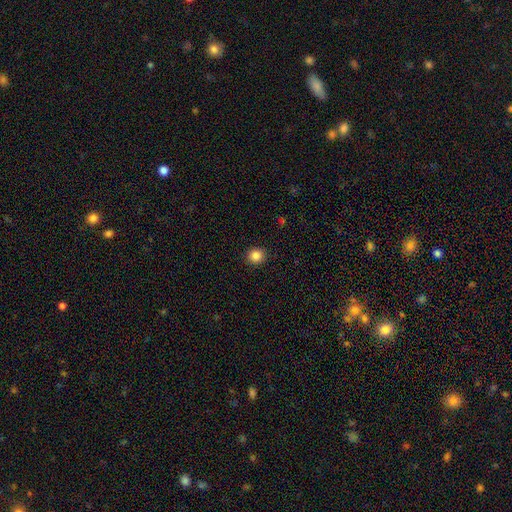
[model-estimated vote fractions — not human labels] Smooth or featured: smooth — 86% (star or artifact — 10%)
How rounded: round — 90% (in between — 9%)
Merging: none — 92% (minor disturbance — 5%)